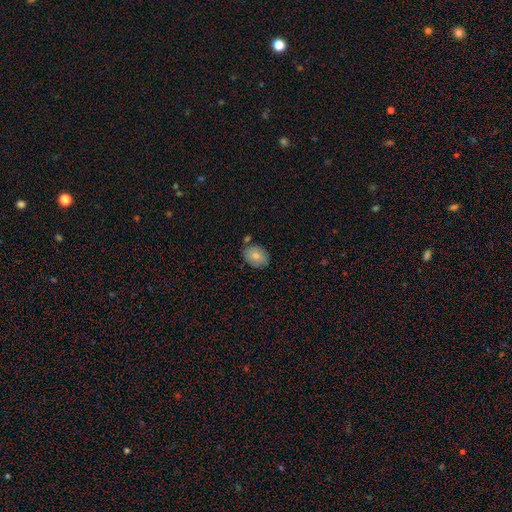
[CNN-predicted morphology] Smooth or featured: smooth — 78% (featured or disk — 15%)
How rounded: in between — 66% (round — 33%)
Merging: none — 75% (minor disturbance — 15%)